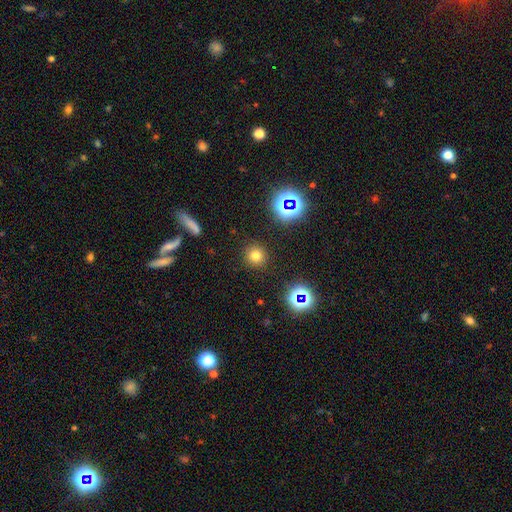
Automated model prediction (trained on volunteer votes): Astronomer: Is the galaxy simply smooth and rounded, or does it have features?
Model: smooth — 72%.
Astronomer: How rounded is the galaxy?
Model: round — 93%.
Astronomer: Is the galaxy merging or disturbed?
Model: none — 90%.